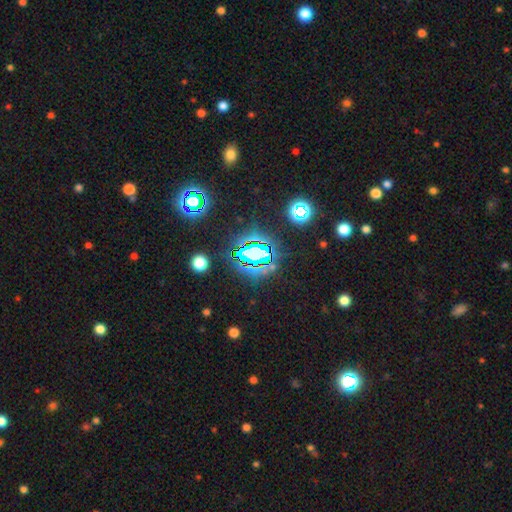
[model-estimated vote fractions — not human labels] Smooth or featured? star or artifact (80%)